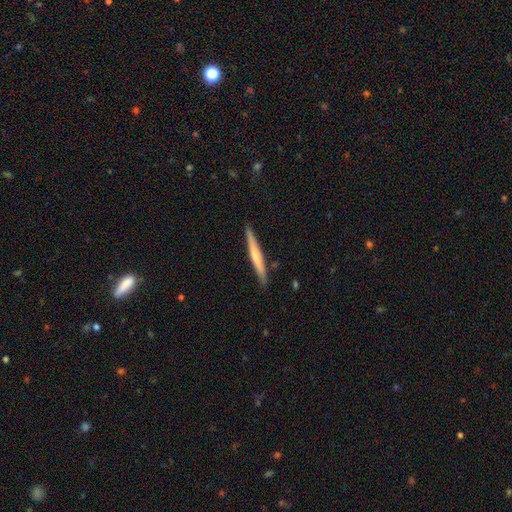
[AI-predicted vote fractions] This is possibly a smooth galaxy (51%). How rounded: clearly cigar-shaped (96%). Merging: clearly none (89%).